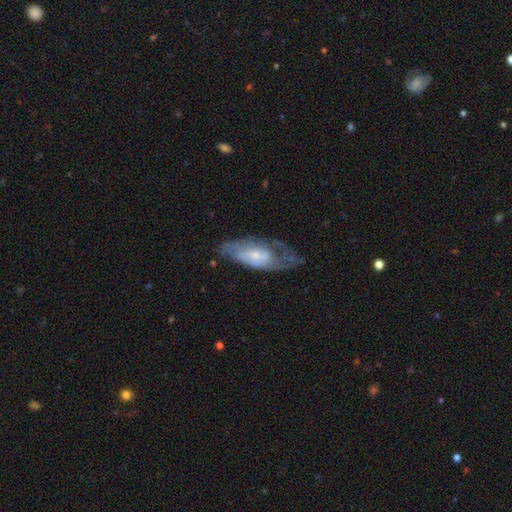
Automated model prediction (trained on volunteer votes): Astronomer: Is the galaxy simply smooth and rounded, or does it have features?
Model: featured or disk — 64%.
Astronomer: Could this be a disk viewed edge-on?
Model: no — 88%.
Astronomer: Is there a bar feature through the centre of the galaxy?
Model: no — 64%.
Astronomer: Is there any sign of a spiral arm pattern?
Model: yes — 71%.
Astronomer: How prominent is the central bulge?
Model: small — 57% (runner-up: moderate, 32%).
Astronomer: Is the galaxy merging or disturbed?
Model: none — 42% (runner-up: major disturbance, 28%).